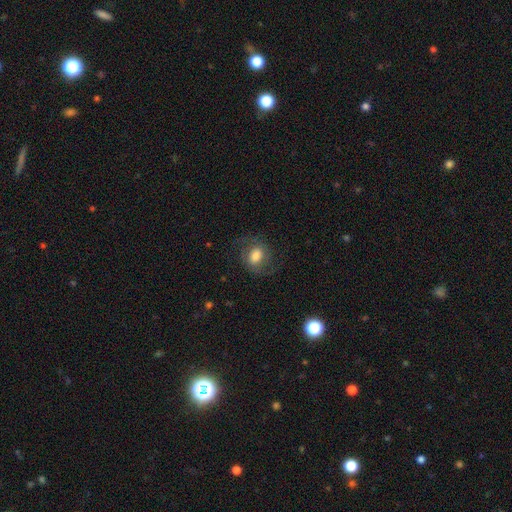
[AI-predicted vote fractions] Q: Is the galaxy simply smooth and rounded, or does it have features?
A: smooth — 60%.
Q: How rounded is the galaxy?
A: in between — 50%.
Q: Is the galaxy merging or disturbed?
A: none — 66%.